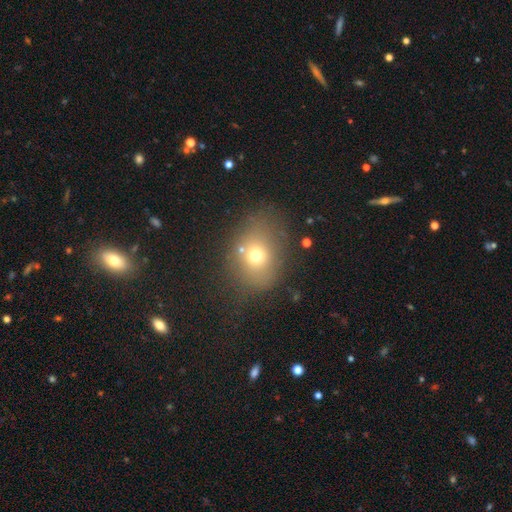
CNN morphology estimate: type=smooth (67%); roundness=in between (52%); merging=none (70%).